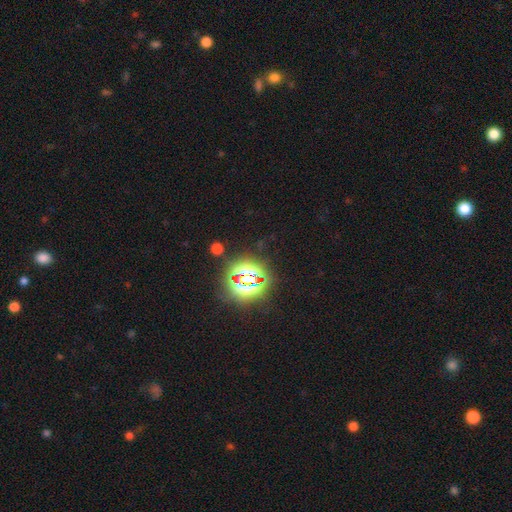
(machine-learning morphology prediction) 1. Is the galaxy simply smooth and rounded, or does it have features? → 83% star or artifact, 11% smooth, 7% featured or disk.